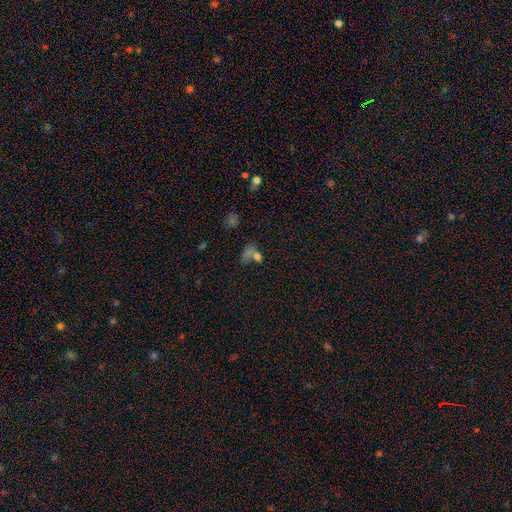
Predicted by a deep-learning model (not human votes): smooth_or_featured: smooth (p=0.61) [alt: star or artifact p=0.27]
how_rounded: in between (p=0.60) [alt: round p=0.34]
merging: merger (p=0.41) [alt: none p=0.36]